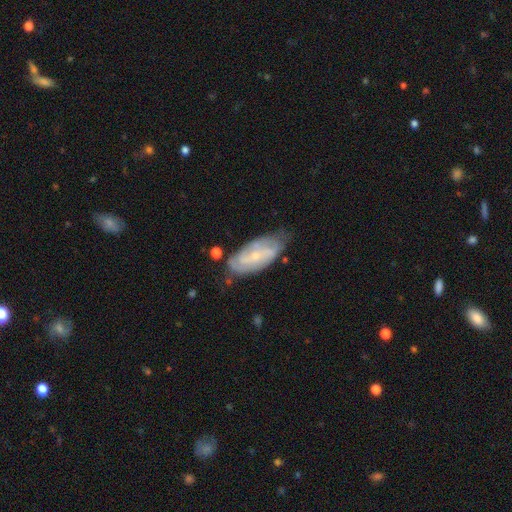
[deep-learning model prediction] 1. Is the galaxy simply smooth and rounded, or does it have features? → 70% featured or disk, 24% smooth, 6% star or artifact.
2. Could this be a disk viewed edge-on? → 92% no, 8% yes.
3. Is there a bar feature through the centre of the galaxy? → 55% no, 35% weak, 10% strong.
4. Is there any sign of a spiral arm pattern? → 86% yes, 14% no.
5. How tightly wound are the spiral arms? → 48% tight, 38% medium, 15% loose.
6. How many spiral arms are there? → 43% 2, 36% can't tell, 11% 3, 4% 4, 3% 1, 3% more than 4.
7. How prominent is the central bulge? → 74% small, 20% moderate, 4% none, 1% large, 1% dominant.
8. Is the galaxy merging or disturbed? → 63% none, 26% minor disturbance, 7% major disturbance, 4% merger.